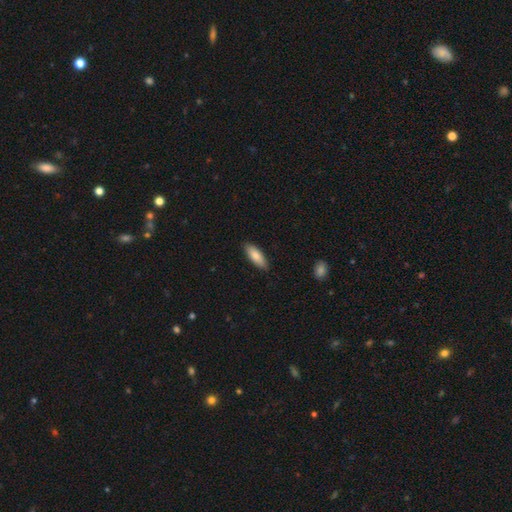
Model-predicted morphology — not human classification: A smooth galaxy with no disk features (83%) that is in between round and cigar-shaped (68%). Merging: none (87%).